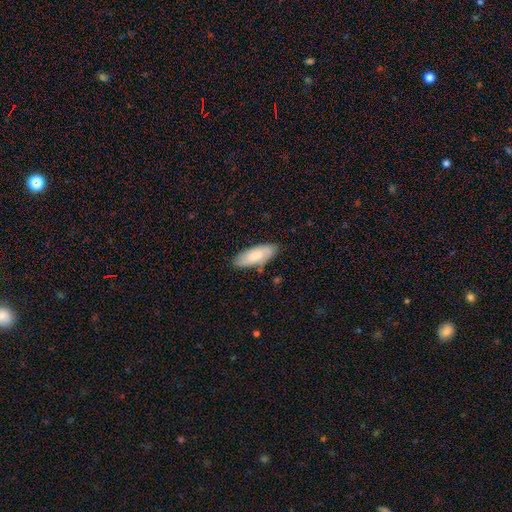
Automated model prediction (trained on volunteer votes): smooth-or-featured: smooth: 74% | featured or disk: 21% | star or artifact: 6%
  how-rounded: in between: 75% | cigar-shaped: 23% | round: 2%
  merging: none: 78% | minor disturbance: 17% | major disturbance: 3% | merger: 2%